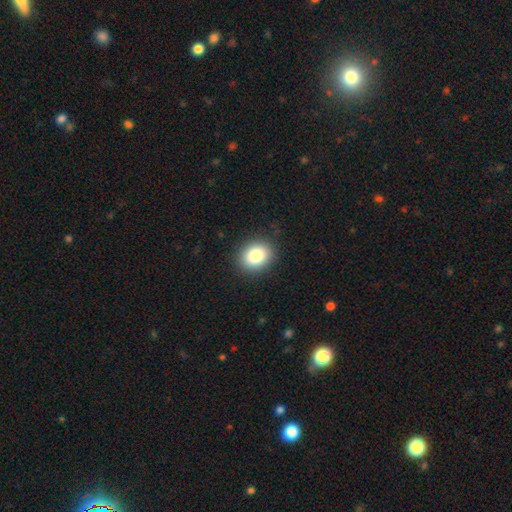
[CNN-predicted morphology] Overall: smooth (84%). How rounded: round (57%; in between 42%). Merging: none (89%).